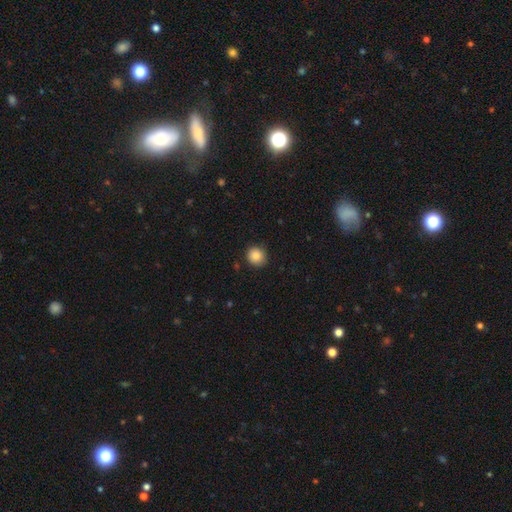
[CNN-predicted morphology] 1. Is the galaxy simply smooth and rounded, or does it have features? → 88% smooth, 9% star or artifact, 3% featured or disk.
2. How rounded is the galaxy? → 87% round, 12% in between, 1% cigar-shaped.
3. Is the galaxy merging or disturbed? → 87% none, 10% minor disturbance, 2% major disturbance, 1% merger.